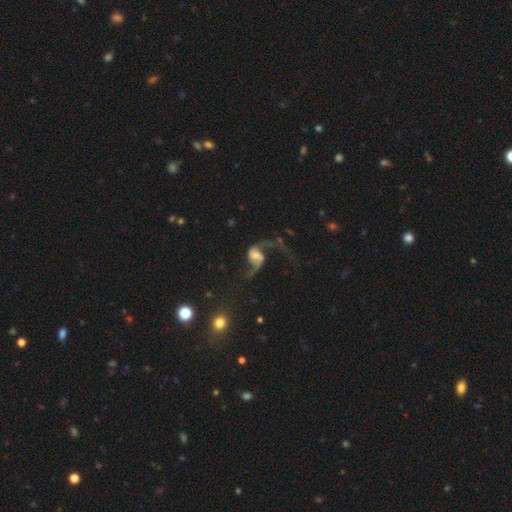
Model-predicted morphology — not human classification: smooth_or_featured: featured or disk (p=0.86) [alt: smooth p=0.08]
disk_edge_on: no (p=0.98) [alt: yes p=0.02]
bar: no (p=0.43) [alt: weak p=0.41]
has_spiral_arms: yes (p=0.95) [alt: no p=0.05]
spiral_winding: loose (p=0.83) [alt: medium p=0.14]
spiral_arm_count: 2 (p=0.89) [alt: 1 p=0.06]
bulge_size: moderate (p=0.46) [alt: small p=0.33]
merging: none (p=0.46) [alt: major disturbance p=0.33]